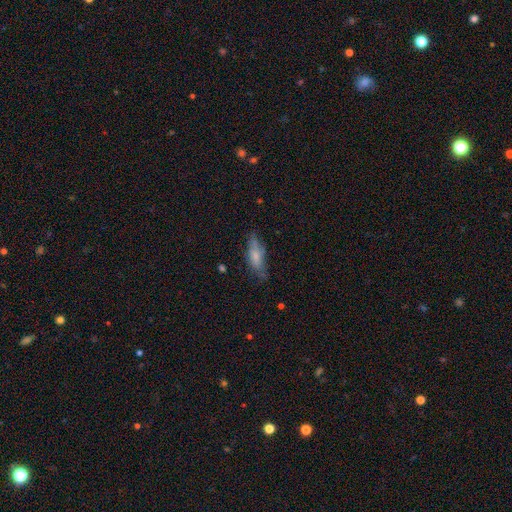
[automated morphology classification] Overall: smooth (62%; featured or disk 30%). How rounded: in between (60%; cigar-shaped 37%). Merging: none (58%; minor disturbance 28%).